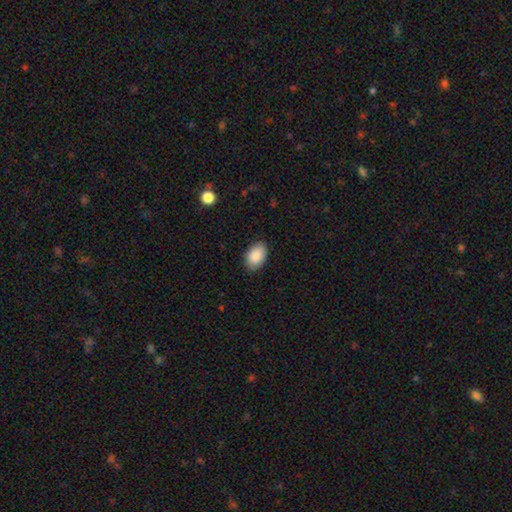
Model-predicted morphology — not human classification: type=smooth (89%); roundness=in between (90%); merging=none (85%).